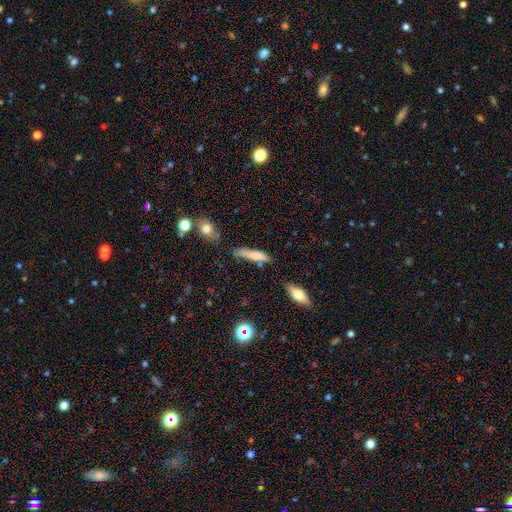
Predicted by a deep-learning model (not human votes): Overall: smooth (70%). How rounded: cigar-shaped (78%). Merging: none (61%; minor disturbance 24%).